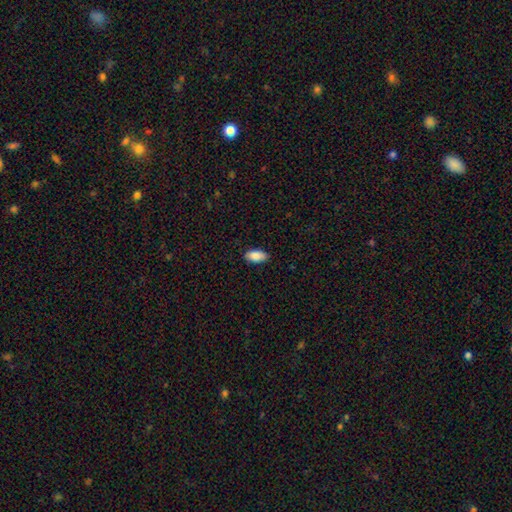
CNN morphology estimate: This appears to be a smooth galaxy with no disk features (88%) that is in between round and cigar-shaped (92%). Merging: none (86%).